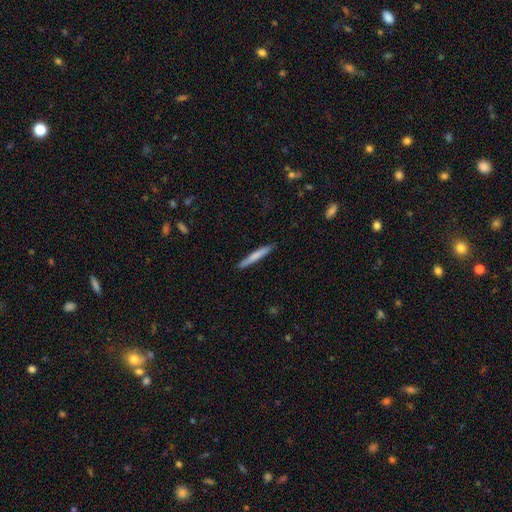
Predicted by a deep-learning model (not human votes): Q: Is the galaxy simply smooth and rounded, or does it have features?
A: smooth — 70%.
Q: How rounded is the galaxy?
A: cigar-shaped — 96%.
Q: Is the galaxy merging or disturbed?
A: none — 89%.